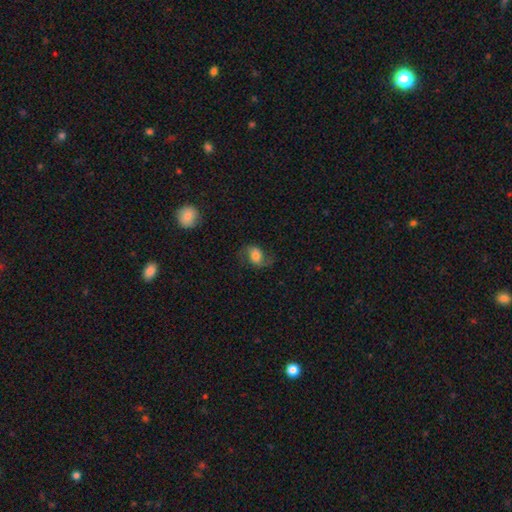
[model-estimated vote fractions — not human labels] This appears to be a featured or disk galaxy (56%) with no bar (55%), spiral arms (91%) and a moderate central bulge (46%). Merging: none (68%).